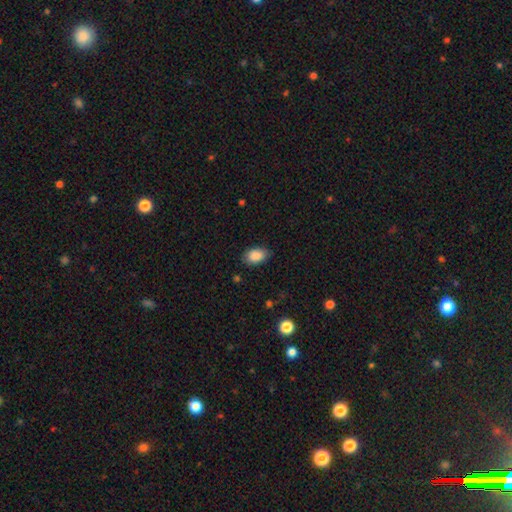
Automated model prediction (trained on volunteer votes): Smooth or featured? smooth (88%)
How rounded? in between (90%)
Merging? none (81%)